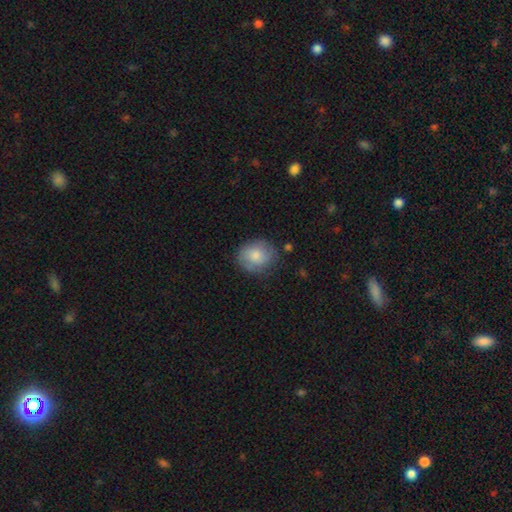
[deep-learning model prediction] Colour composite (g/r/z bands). It shows a smooth galaxy with no disk features (78%) that is round (72%). Merging: none (77%).